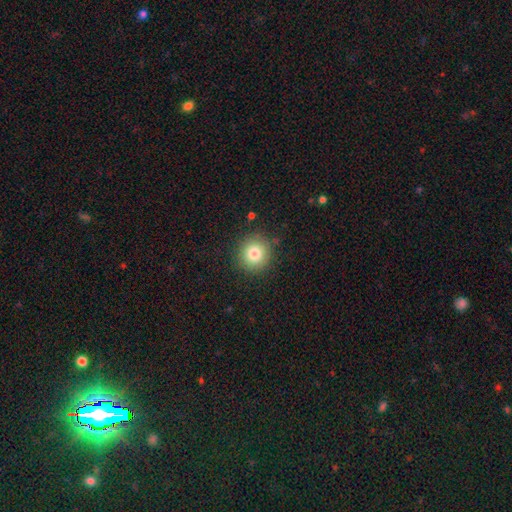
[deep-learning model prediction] Smooth or featured? Predicted: smooth (p=0.80). How rounded? Predicted: round (p=0.93). Merging? Predicted: none (p=0.90).